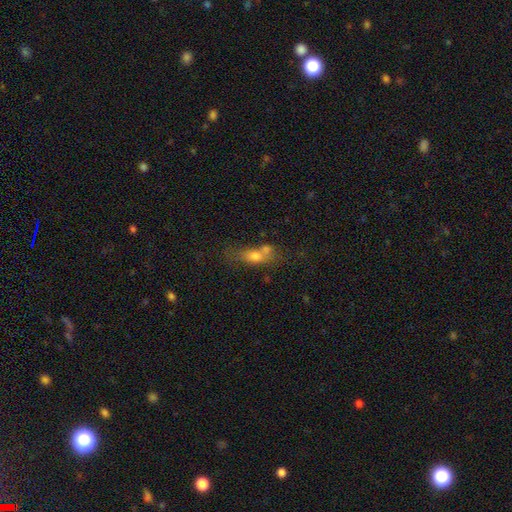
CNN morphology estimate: Overall: smooth (62%; featured or disk 24%). How rounded: in between (57%; cigar-shaped 23%). Merging: merger (43%; none 35%).